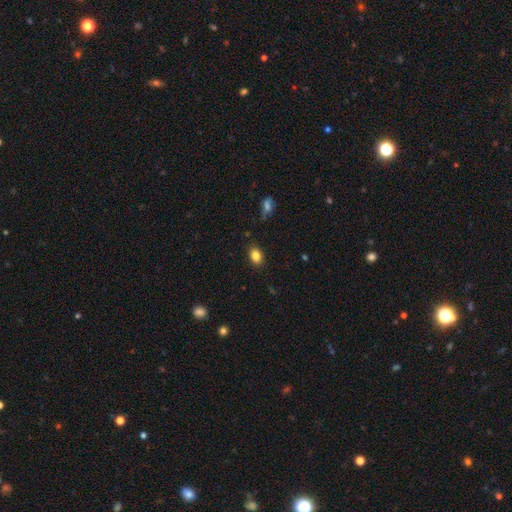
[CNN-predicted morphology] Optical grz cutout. It shows a smooth galaxy with no disk features (85%) that is in between round and cigar-shaped (78%). Merging: none (85%).